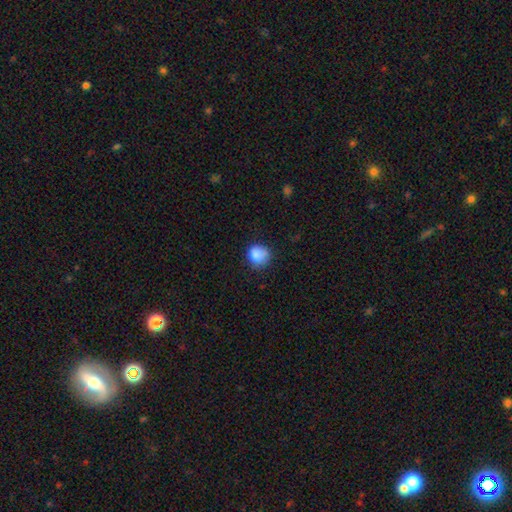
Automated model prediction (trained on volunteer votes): Smooth or featured? smooth (85%)
How rounded? round (80%)
Merging? none (68%)